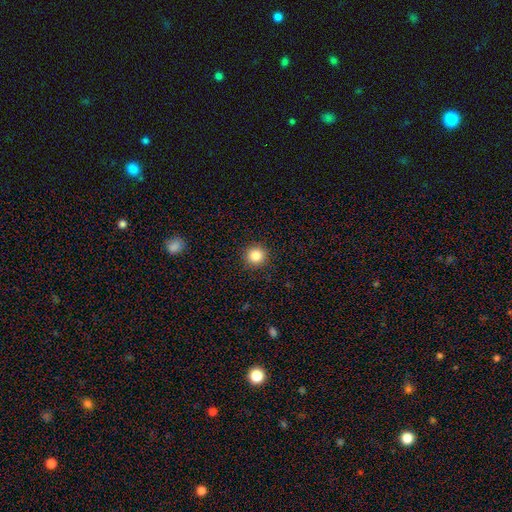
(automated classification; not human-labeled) smooth_or_featured: smooth (p=0.85) [alt: star or artifact p=0.11]
how_rounded: round (p=0.94) [alt: in between p=0.05]
merging: none (p=0.92) [alt: minor disturbance p=0.05]